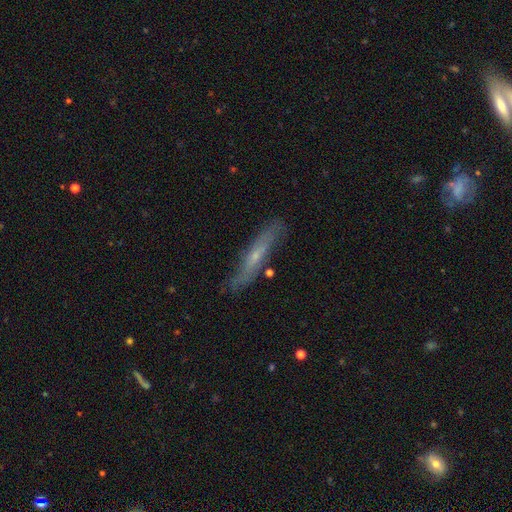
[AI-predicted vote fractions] A featured or disk galaxy (57%) viewed edge-on (73%).

Vote fractions:
- Smooth or featured? featured or disk: 57% / smooth: 36% / star or artifact: 7%
- Edge-on disk? yes: 73% / no: 27%
- Merging? none: 76% / minor disturbance: 18% / major disturbance: 4% / merger: 2%